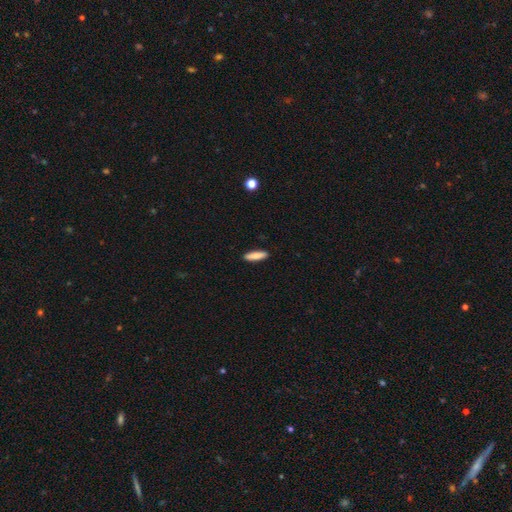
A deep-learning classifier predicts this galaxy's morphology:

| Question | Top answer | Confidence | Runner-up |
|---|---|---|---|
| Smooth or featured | smooth | 86% | featured or disk (8%) |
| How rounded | cigar-shaped | 70% | in between (28%) |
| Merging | none | 90% | minor disturbance (7%) |